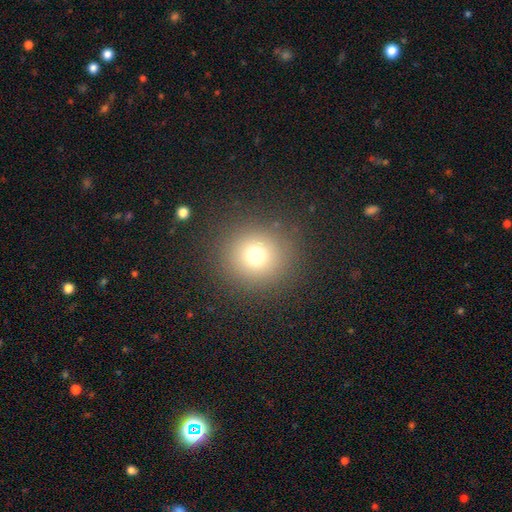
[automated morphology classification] Q: Smooth or featured?
A: smooth (73%); runner-up: star or artifact (18%)
Q: How rounded?
A: round (94%); runner-up: in between (5%)
Q: Merging?
A: none (89%); runner-up: minor disturbance (6%)